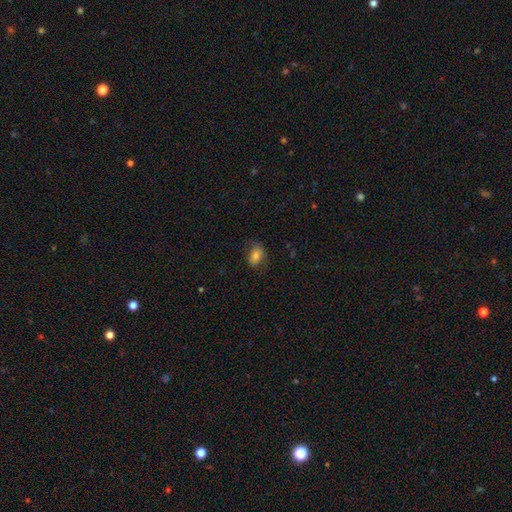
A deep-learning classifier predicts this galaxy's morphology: smooth-or-featured: smooth: 77% | featured or disk: 14% | star or artifact: 9%
  how-rounded: in between: 82% | round: 16% | cigar-shaped: 1%
  merging: none: 71% | minor disturbance: 21% | major disturbance: 7% | merger: 1%